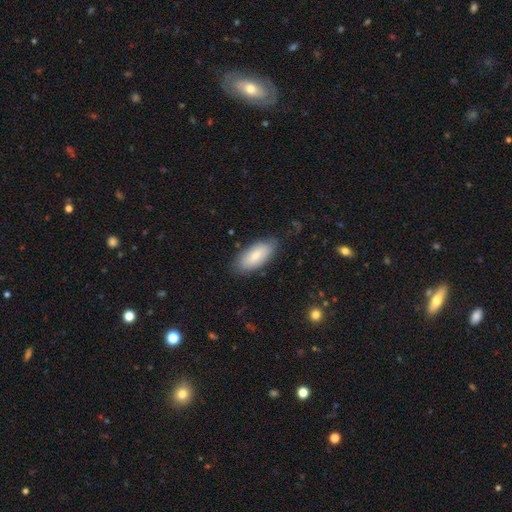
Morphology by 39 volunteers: smooth 74%, featured or disk 21%, star or artifact 5%. Down the decision tree: how rounded — in between (86%); merging — none (78%).